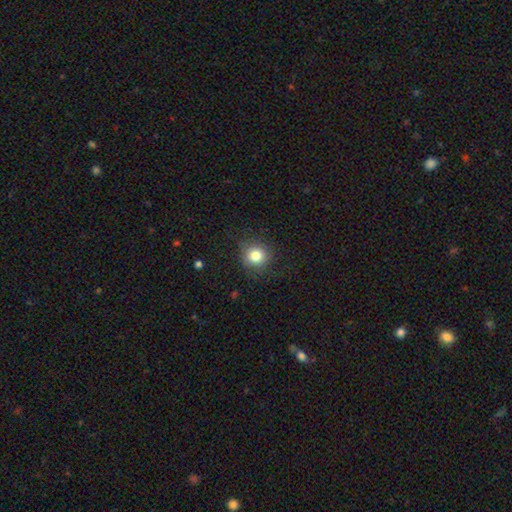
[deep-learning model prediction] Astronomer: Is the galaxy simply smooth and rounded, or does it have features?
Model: smooth — 81%.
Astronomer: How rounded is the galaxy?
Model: round — 89%.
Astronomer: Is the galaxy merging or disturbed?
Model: none — 83%.